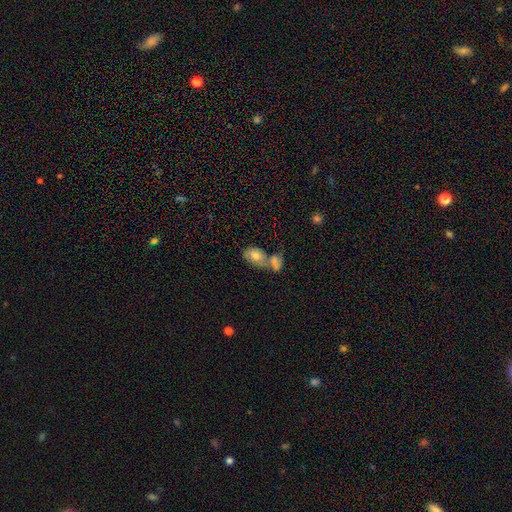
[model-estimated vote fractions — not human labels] Smooth or featured? Predicted: smooth (p=0.72). How rounded? Predicted: in between (p=0.87). Merging? Predicted: merger (p=0.58).